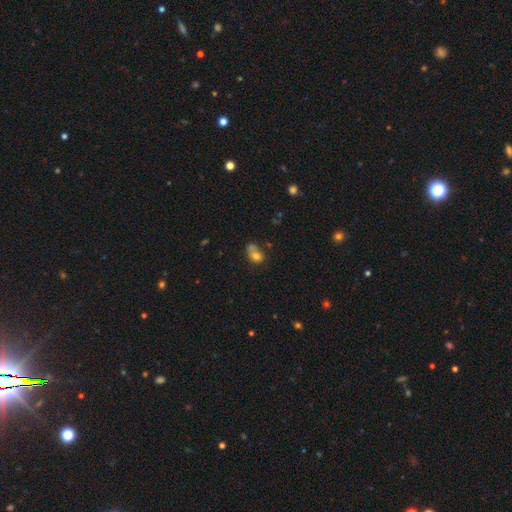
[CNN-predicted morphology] Smooth or featured?
  - smooth: 72% *
  - featured or disk: 16%
  - star or artifact: 12%
How rounded?
  - round: 50% *
  - in between: 48%
  - cigar-shaped: 1%
Merging?
  - merger: 47% *
  - none: 30%
  - minor disturbance: 14%
  - major disturbance: 9%